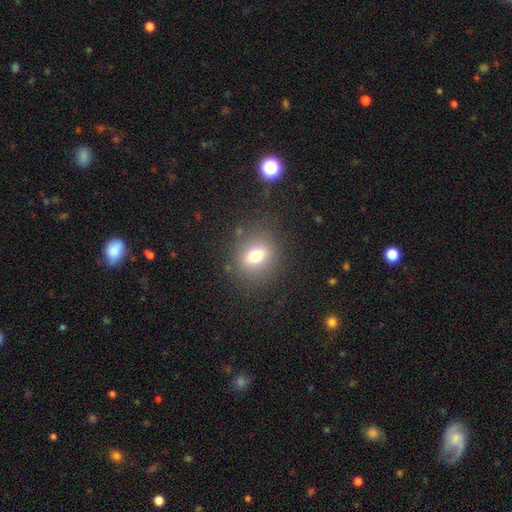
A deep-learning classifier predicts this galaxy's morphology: Smooth or featured? smooth (72%)
How rounded? round (61%)
Merging? none (83%)